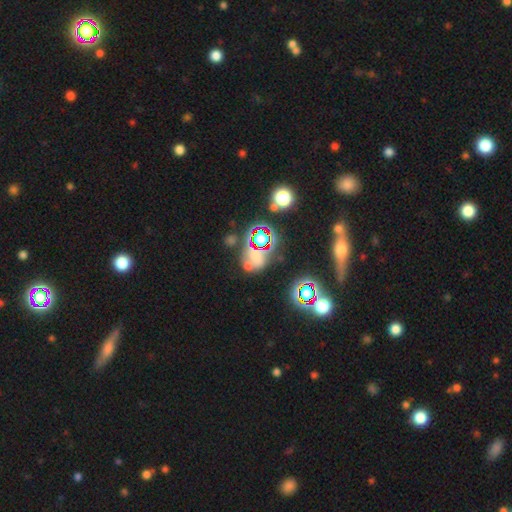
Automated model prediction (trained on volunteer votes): Smooth or featured: star or artifact — 46% (smooth — 34%)